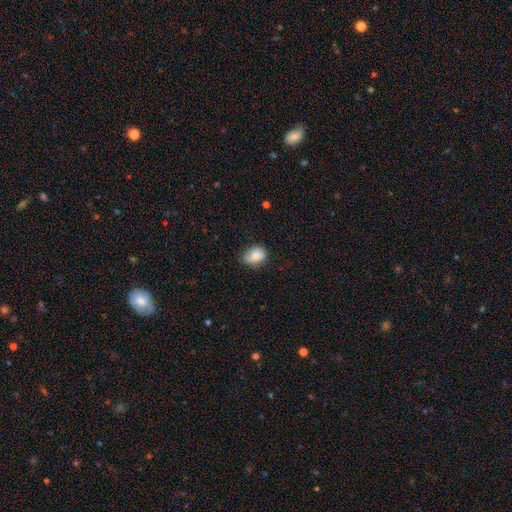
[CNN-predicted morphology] A smooth galaxy with no disk features (77%) that is in between round and cigar-shaped (62%).

Vote fractions:
- Smooth or featured? smooth: 77% / featured or disk: 15% / star or artifact: 8%
- How rounded? in between: 62% / round: 37% / cigar-shaped: 1%
- Merging? none: 65% / minor disturbance: 28% / major disturbance: 5% / merger: 2%